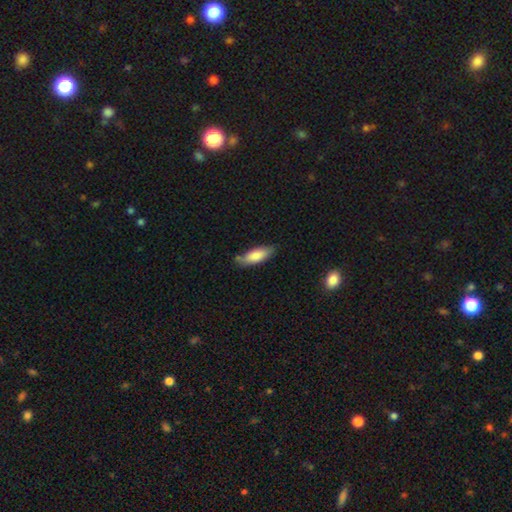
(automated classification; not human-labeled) smooth_or_featured: smooth (p=0.83) [alt: featured or disk p=0.12]
how_rounded: in between (p=0.66) [alt: cigar-shaped p=0.32]
merging: none (p=0.71) [alt: minor disturbance p=0.21]